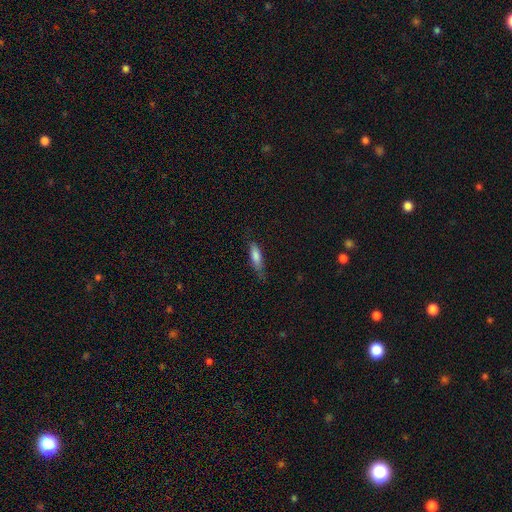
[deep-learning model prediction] smooth-or-featured: smooth: 77% | featured or disk: 16% | star or artifact: 7%
  how-rounded: cigar-shaped: 56% | in between: 42% | round: 2%
  merging: none: 63% | minor disturbance: 28% | major disturbance: 7% | merger: 2%